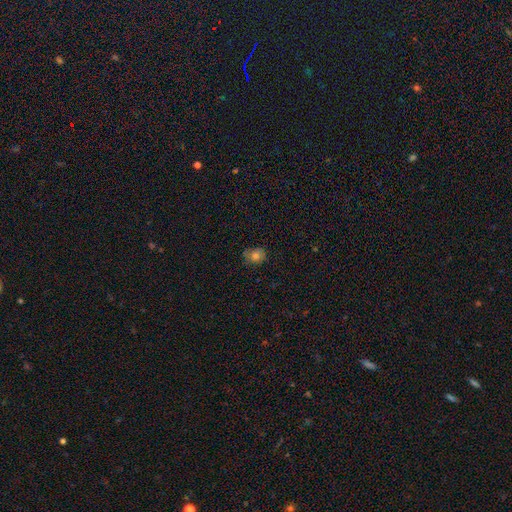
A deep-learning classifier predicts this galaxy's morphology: Overall: smooth (75%). How rounded: round (63%; in between 36%). Merging: none (69%).